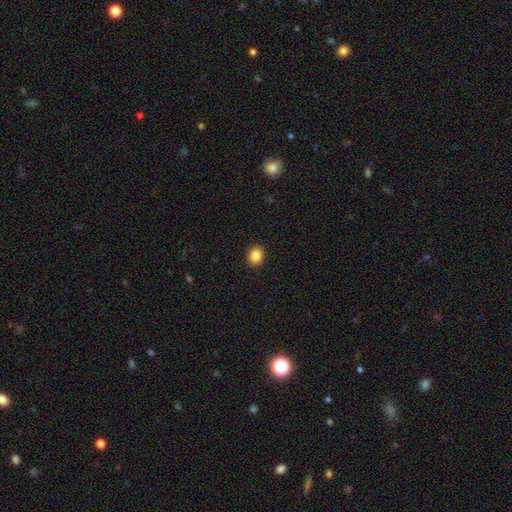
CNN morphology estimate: smooth-or-featured: smooth: 86% | star or artifact: 9% | featured or disk: 4%
  how-rounded: round: 61% | in between: 38% | cigar-shaped: 1%
  merging: none: 92% | minor disturbance: 6% | major disturbance: 2% | merger: 1%